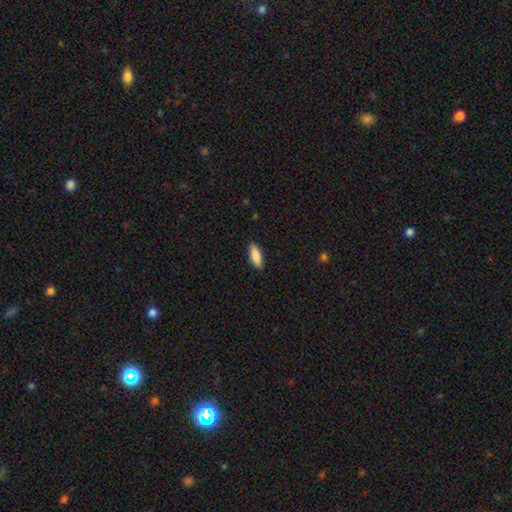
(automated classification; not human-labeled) Morphology: type=smooth (88%); roundness=in between (74%); merging=none (89%).